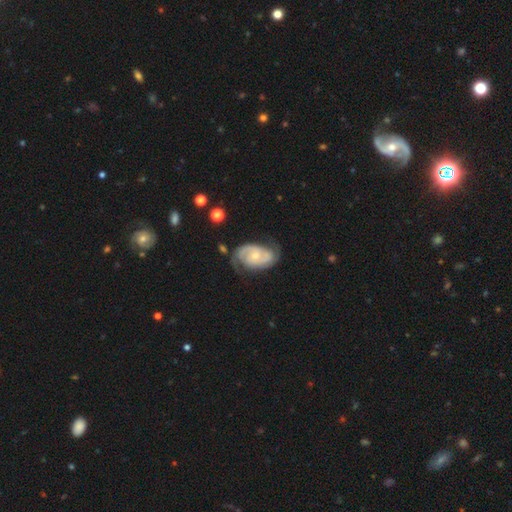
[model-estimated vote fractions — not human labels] smooth-or-featured: featured or disk: 85% | smooth: 11% | star or artifact: 5%
  disk-edge-on: no: 97% | yes: 3%
    bar: no: 63% | weak: 30% | strong: 7%
    has-spiral-arms: yes: 95% | no: 5%
      spiral-winding: tight: 49% | medium: 39% | loose: 12%
      spiral-arm-count: 2: 82% | can't tell: 9% | 3: 3% | 1: 3% | 4: 1% | more than 4: 1%
    bulge-size: small: 58% | moderate: 36% | none: 2% | large: 2% | dominant: 1%
  merging: none: 66% | minor disturbance: 22% | major disturbance: 10% | merger: 2%